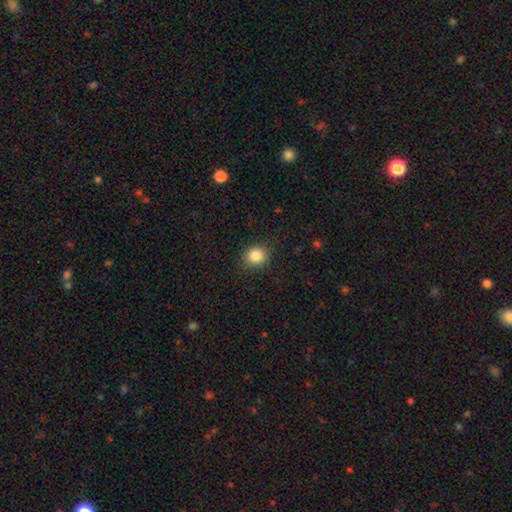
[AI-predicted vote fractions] The model was most divided on "how rounded": round: 81%, in between: 18%, cigar-shaped: 1%. More confident: merging — none (87%); smooth or featured — smooth (86%).